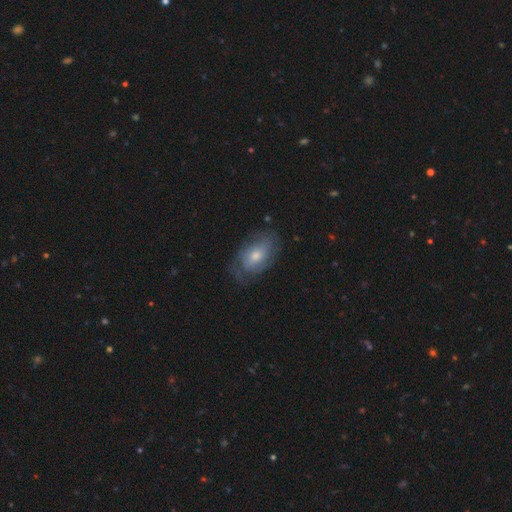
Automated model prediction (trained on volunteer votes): Smooth or featured? Predicted: featured or disk (p=0.55). Edge-on disk? Predicted: no (p=0.94). Bar? Predicted: no (p=0.69). Spiral arms? Predicted: yes (p=0.76). Bulge size? Predicted: moderate (p=0.55). Merging? Predicted: none (p=0.64).